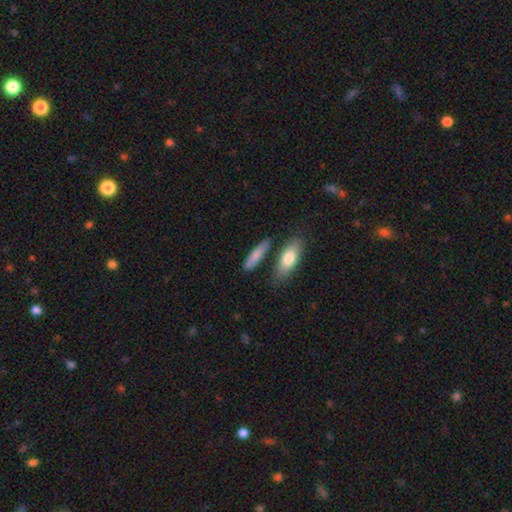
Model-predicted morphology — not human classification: A smooth galaxy with no disk features (79%) that is cigar-shaped (68%). Merging: none (74%).